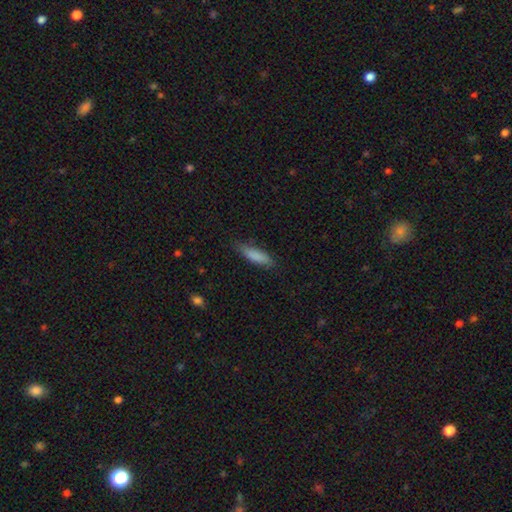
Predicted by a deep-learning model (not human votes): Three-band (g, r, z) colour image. It shows a smooth galaxy with no disk features (85%) that is cigar-shaped (62%). Merging: none (78%).